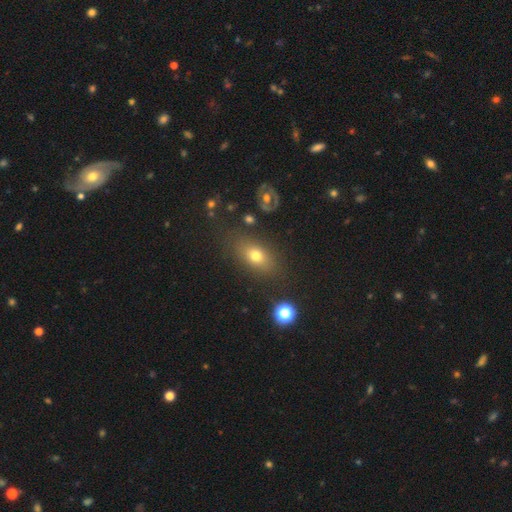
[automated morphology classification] Q: Smooth or featured?
A: smooth (70%); runner-up: featured or disk (16%)
Q: How rounded?
A: in between (76%); runner-up: round (20%)
Q: Merging?
A: none (78%); runner-up: minor disturbance (13%)